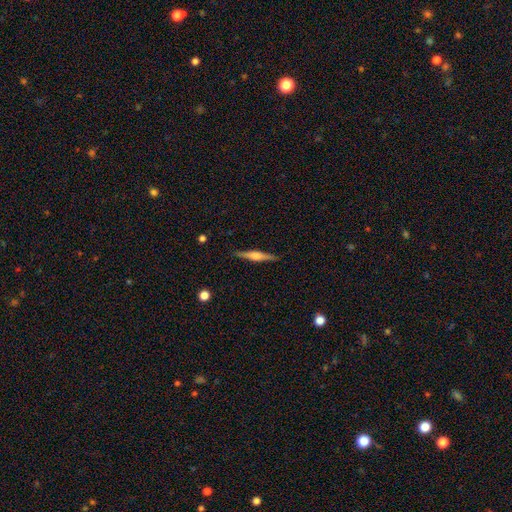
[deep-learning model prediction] Smooth or featured?
  - featured or disk: 66% *
  - smooth: 28%
  - star or artifact: 6%
Edge-on disk?
  - yes: 98% *
  - no: 2%
Edge-on bulge?
  - rounded: 69% *
  - boxy: 24%
  - none: 8%
Merging?
  - none: 89% *
  - minor disturbance: 8%
  - major disturbance: 2%
  - merger: 1%